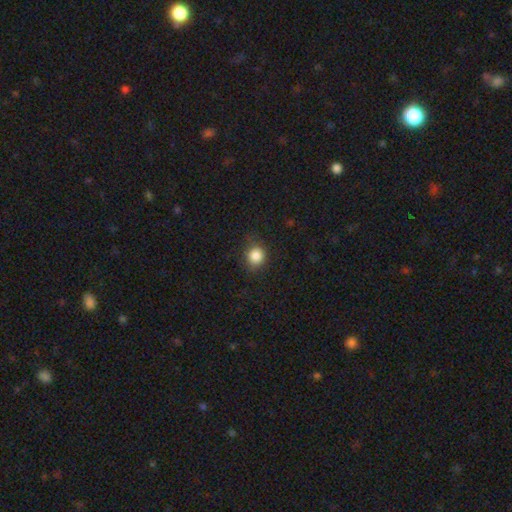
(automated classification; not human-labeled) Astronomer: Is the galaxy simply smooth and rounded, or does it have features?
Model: smooth — 85%.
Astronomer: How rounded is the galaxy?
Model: round — 83%.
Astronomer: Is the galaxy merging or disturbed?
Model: none — 79%.